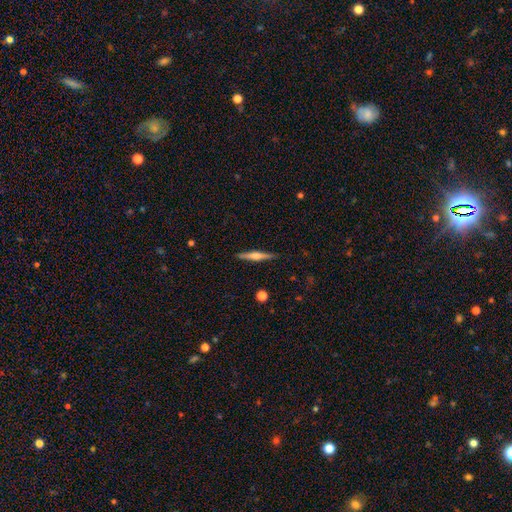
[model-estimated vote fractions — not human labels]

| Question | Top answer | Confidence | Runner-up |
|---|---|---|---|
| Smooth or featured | featured or disk | 63% | smooth (31%) |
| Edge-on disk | yes | 98% | no (2%) |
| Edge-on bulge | rounded | 83% | boxy (9%) |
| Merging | none | 90% | minor disturbance (7%) |